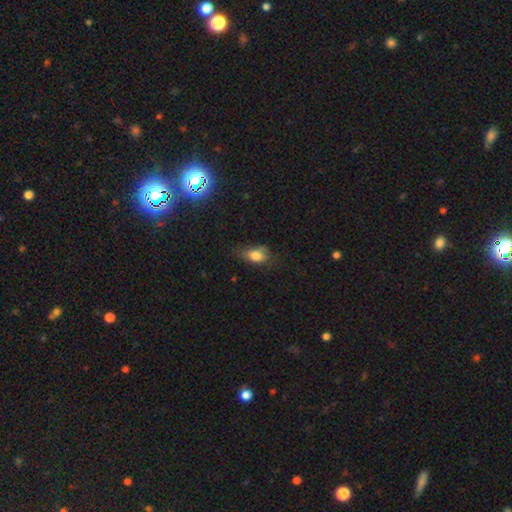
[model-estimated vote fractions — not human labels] Smooth or featured? Predicted: smooth (p=0.77). How rounded? Predicted: in between (p=0.84). Merging? Predicted: none (p=0.52).